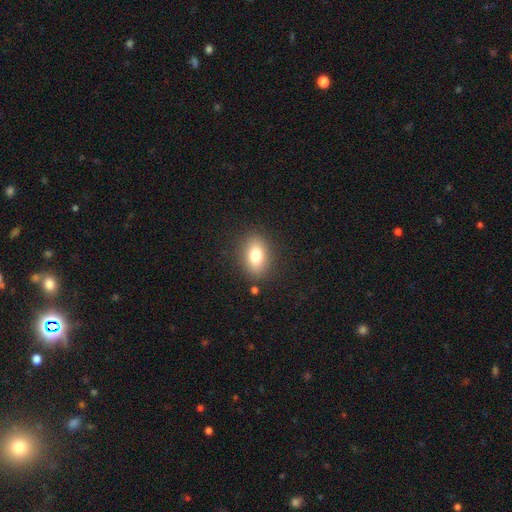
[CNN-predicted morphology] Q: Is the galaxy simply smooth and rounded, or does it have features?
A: smooth — 78%.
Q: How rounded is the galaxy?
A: in between — 79%.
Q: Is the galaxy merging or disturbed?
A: none — 86%.